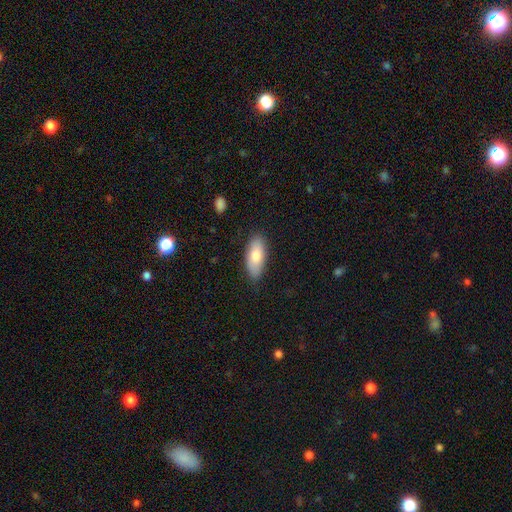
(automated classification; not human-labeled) A smooth galaxy with no disk features (77%) that is in between round and cigar-shaped (84%). Merging: none (84%).